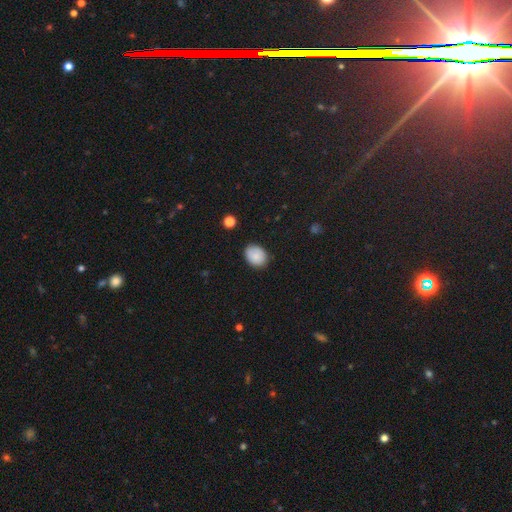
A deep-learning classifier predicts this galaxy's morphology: smooth_or_featured: smooth (p=0.85) [alt: star or artifact p=0.08]
how_rounded: in between (p=0.63) [alt: round p=0.36]
merging: none (p=0.82) [alt: minor disturbance p=0.14]